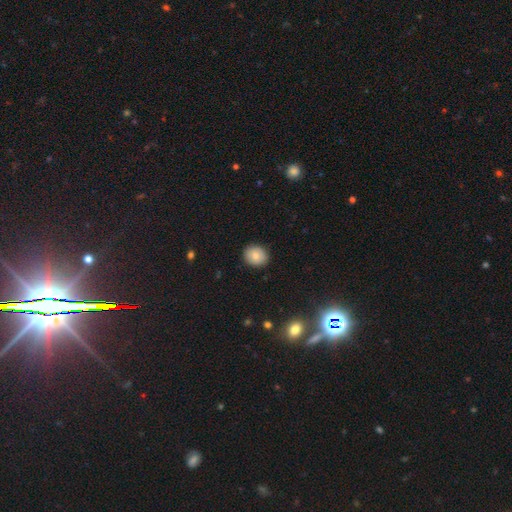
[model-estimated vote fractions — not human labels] This appears to be a smooth galaxy with no disk features (80%) that is round (71%). Merging: none (89%).